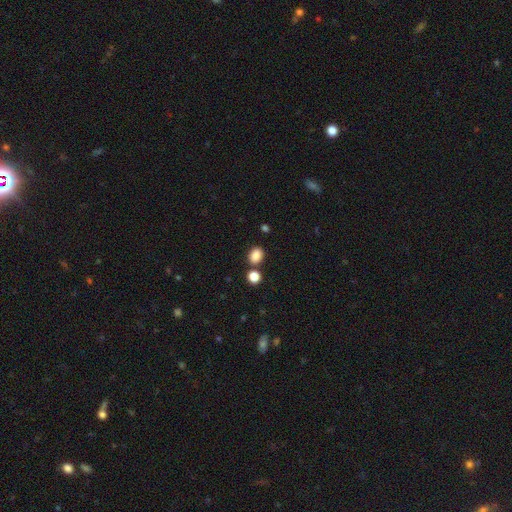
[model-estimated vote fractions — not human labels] Smooth or featured: smooth — 86% (star or artifact — 10%)
How rounded: in between — 57% (round — 42%)
Merging: none — 76% (merger — 11%)